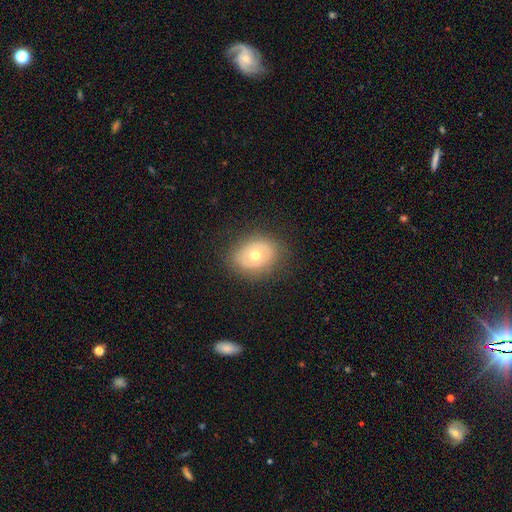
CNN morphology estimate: smooth_or_featured: smooth (p=0.47) [alt: featured or disk p=0.45]
merging: none (p=0.80) [alt: minor disturbance p=0.13]